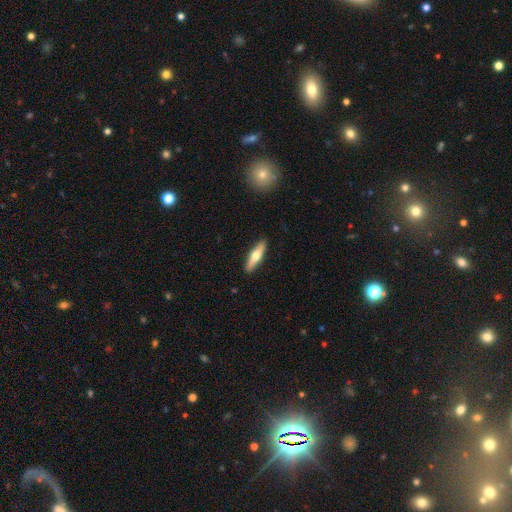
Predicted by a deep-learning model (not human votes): This appears to be a smooth galaxy with no disk features (55%) that is cigar-shaped (71%). Merging: none (90%).